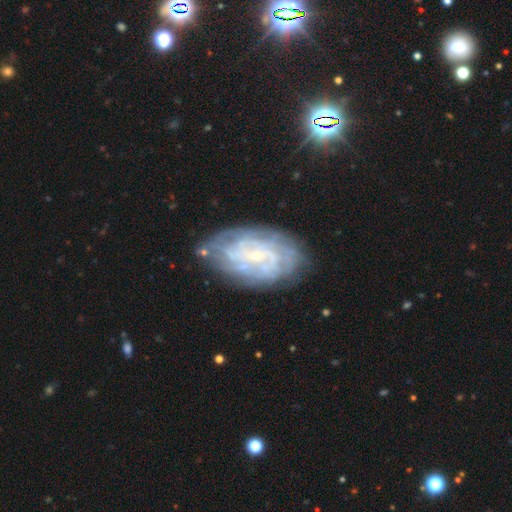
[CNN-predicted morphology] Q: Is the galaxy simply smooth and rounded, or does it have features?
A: featured or disk — 79%.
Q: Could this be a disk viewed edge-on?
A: no — 96%.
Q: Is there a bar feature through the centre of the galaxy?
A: no — 55%.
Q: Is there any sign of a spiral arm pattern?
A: yes — 91%.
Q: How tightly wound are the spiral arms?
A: tight — 73%.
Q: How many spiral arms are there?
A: can't tell — 47%.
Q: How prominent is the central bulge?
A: small — 83%.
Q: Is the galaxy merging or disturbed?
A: none — 76%.